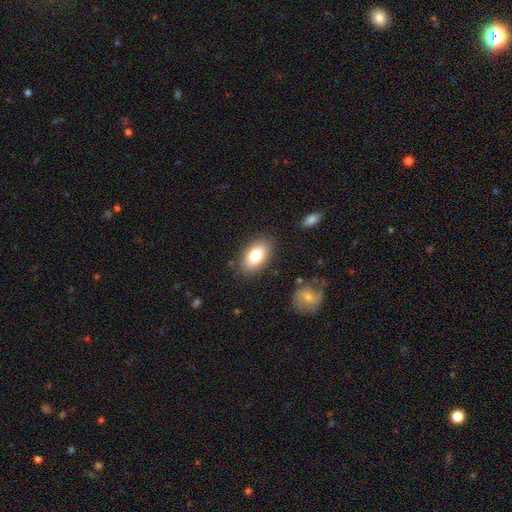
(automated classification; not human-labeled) smooth-or-featured: smooth: 79% | featured or disk: 13% | star or artifact: 7%
  how-rounded: in between: 91% | round: 7% | cigar-shaped: 2%
  merging: none: 85% | minor disturbance: 10% | major disturbance: 3% | merger: 2%